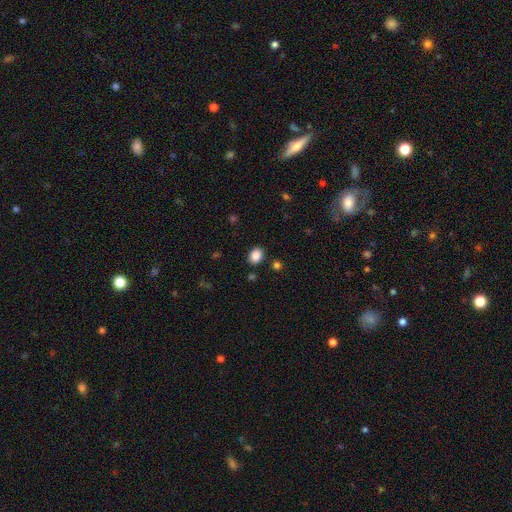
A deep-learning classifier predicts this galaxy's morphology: smooth_or_featured: smooth (p=0.86) [alt: star or artifact p=0.10]
how_rounded: in between (p=0.61) [alt: round p=0.38]
merging: none (p=0.86) [alt: minor disturbance p=0.09]